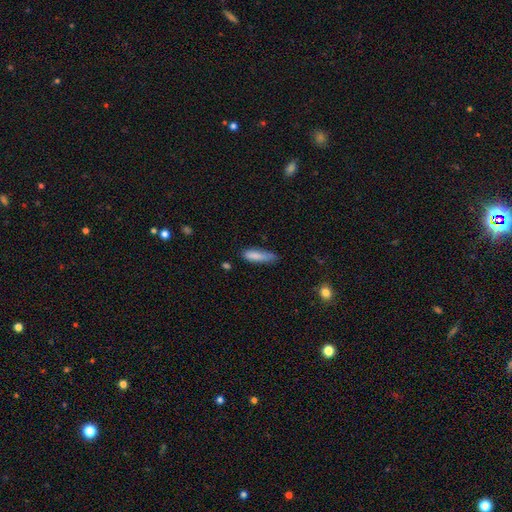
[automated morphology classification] Smooth or featured?
  - smooth: 83% *
  - featured or disk: 10%
  - star or artifact: 7%
How rounded?
  - cigar-shaped: 62% *
  - in between: 37%
  - round: 2%
Merging?
  - none: 52% *
  - minor disturbance: 36%
  - major disturbance: 9%
  - merger: 3%